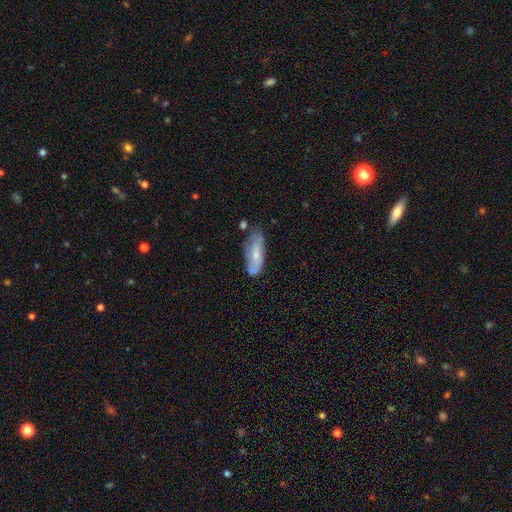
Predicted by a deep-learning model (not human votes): A smooth galaxy with no disk features (54%) that is in between round and cigar-shaped (62%).

Vote fractions:
- Smooth or featured? smooth: 54% / featured or disk: 40% / star or artifact: 7%
- How rounded? in between: 62% / cigar-shaped: 36% / round: 2%
- Merging? none: 58% / minor disturbance: 28% / major disturbance: 7% / merger: 7%